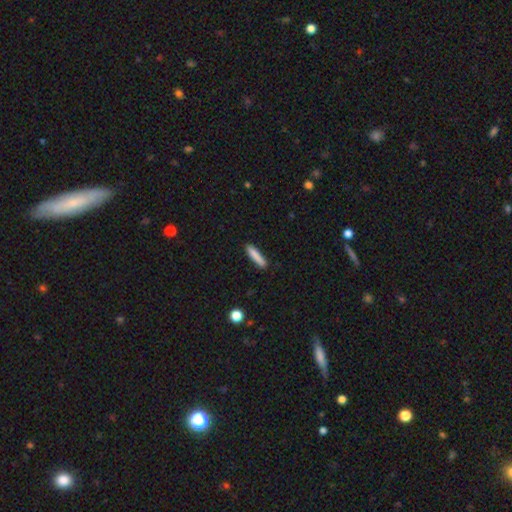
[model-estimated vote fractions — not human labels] smooth_or_featured: smooth (p=0.85) [alt: featured or disk p=0.09]
how_rounded: cigar-shaped (p=0.87) [alt: in between p=0.12]
merging: none (p=0.88) [alt: minor disturbance p=0.08]